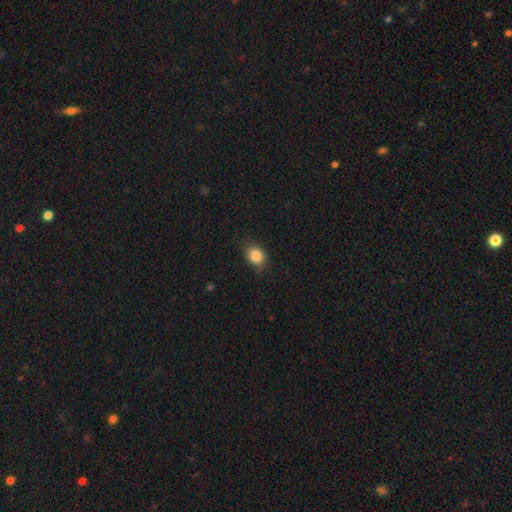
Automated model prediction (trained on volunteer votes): This appears to be a smooth galaxy with no disk features (85%) that is in between round and cigar-shaped (55%). Merging: none (77%).